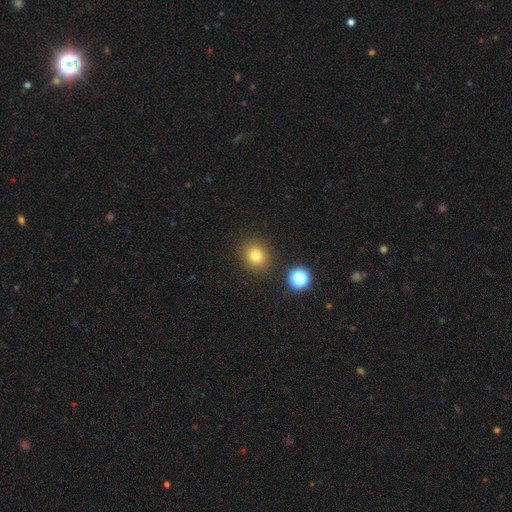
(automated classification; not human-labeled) Smooth or featured?
  - smooth: 77% *
  - star or artifact: 16%
  - featured or disk: 8%
How rounded?
  - round: 83% *
  - in between: 16%
  - cigar-shaped: 1%
Merging?
  - none: 88% *
  - minor disturbance: 7%
  - merger: 3%
  - major disturbance: 3%